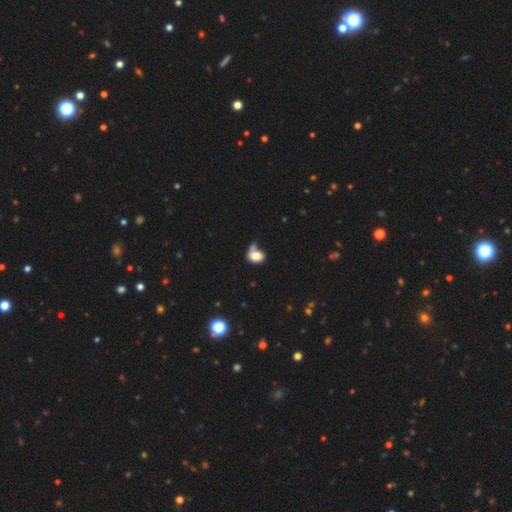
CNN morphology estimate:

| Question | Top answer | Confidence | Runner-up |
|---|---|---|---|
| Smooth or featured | smooth | 78% | featured or disk (13%) |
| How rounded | in between | 69% | round (29%) |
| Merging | none | 34% | merger (30%) |